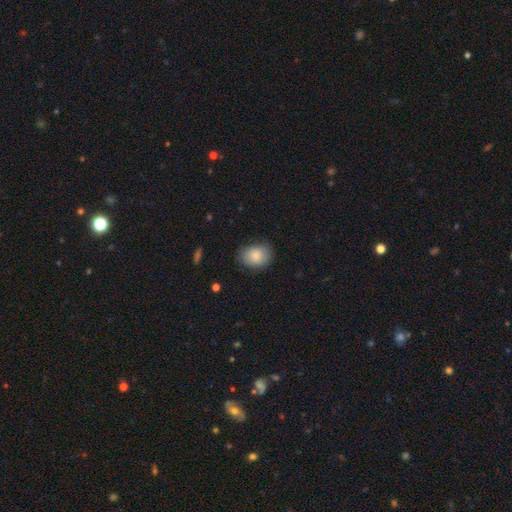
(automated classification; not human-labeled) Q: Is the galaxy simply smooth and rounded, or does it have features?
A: smooth — 83%.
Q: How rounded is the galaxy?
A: in between — 58%.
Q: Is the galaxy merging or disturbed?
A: none — 73%.